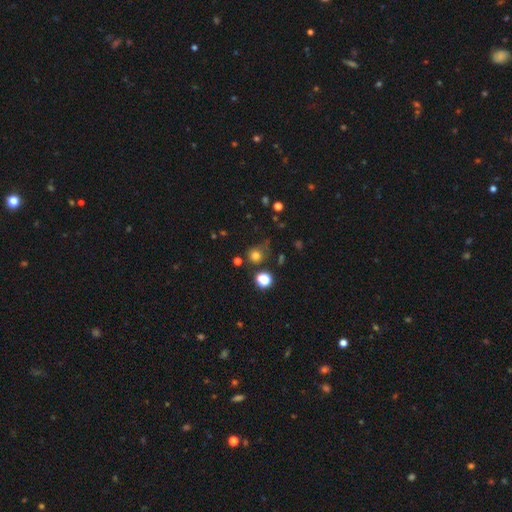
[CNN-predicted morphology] This is likely a smooth galaxy (74%). How rounded: clearly round (87%). Merging: likely none (68%).